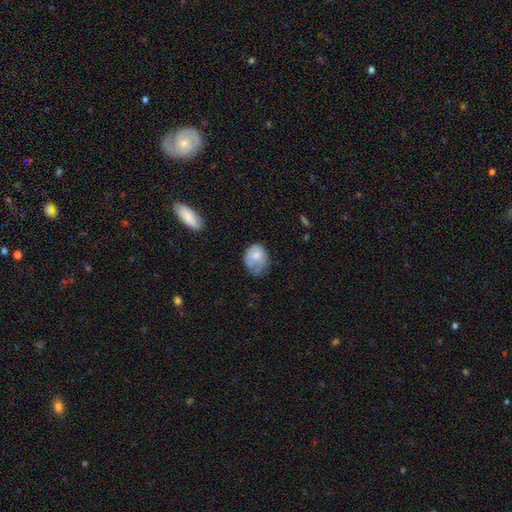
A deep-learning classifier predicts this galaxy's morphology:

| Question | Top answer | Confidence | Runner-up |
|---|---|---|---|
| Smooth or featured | smooth | 76% | featured or disk (17%) |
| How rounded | in between | 54% | round (45%) |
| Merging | minor disturbance | 39% | none (37%) |